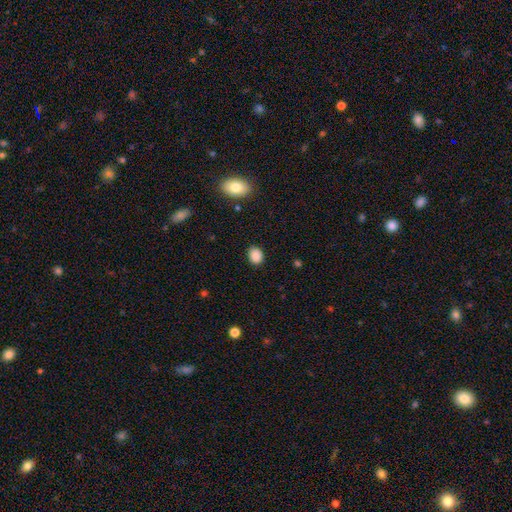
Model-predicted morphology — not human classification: Smooth or featured? Predicted: smooth (p=0.88). How rounded? Predicted: in between (p=0.53). Merging? Predicted: none (p=0.87).